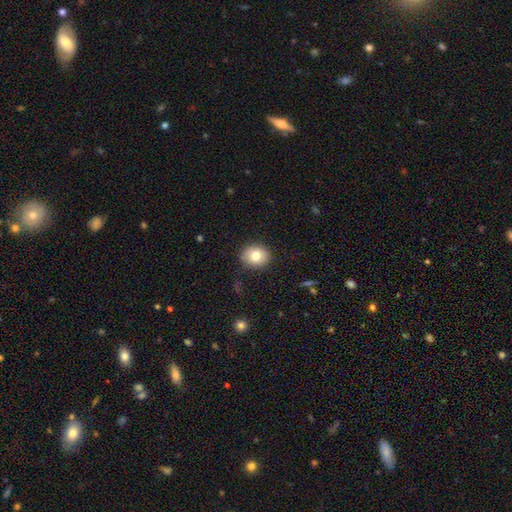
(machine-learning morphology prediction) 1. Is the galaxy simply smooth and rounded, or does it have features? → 80% smooth, 11% featured or disk, 9% star or artifact.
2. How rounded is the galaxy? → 67% round, 32% in between, 1% cigar-shaped.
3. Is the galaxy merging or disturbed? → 87% none, 10% minor disturbance, 2% major disturbance, 1% merger.